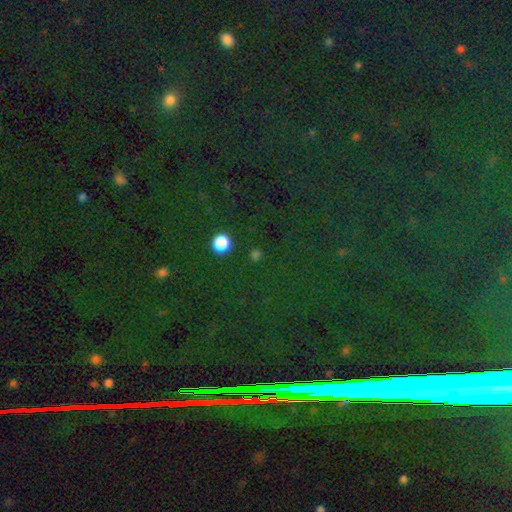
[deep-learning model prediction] smooth_or_featured: star or artifact (p=0.59) [alt: smooth p=0.34]